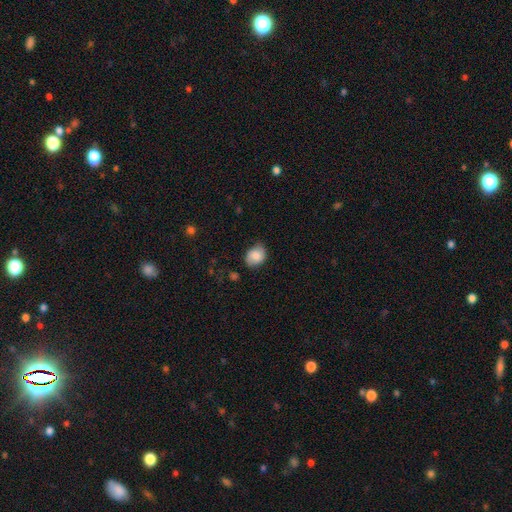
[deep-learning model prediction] Smooth or featured?
  - smooth: 77% *
  - featured or disk: 15%
  - star or artifact: 8%
How rounded?
  - in between: 57% *
  - round: 43%
  - cigar-shaped: 1%
Merging?
  - none: 69% *
  - minor disturbance: 24%
  - major disturbance: 5%
  - merger: 1%